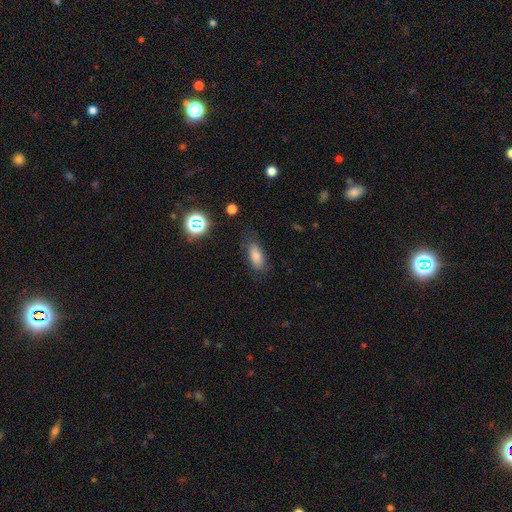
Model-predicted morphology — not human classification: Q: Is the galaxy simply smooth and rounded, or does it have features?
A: smooth — 79%.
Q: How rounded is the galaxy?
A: in between — 77%.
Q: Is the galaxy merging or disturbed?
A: none — 75%.